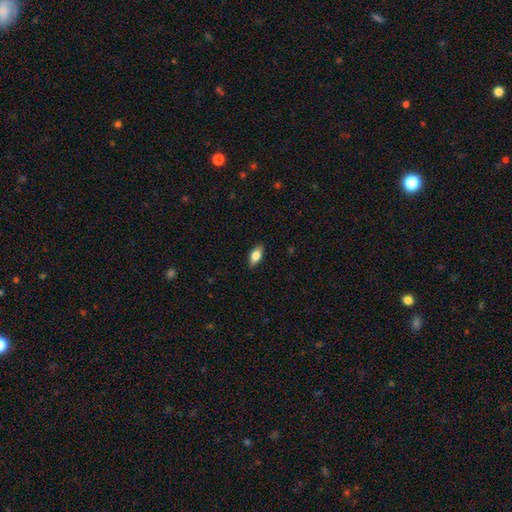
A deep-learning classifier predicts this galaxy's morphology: A smooth galaxy with no disk features (73%) that is in between round and cigar-shaped (85%). Merging: none (88%).